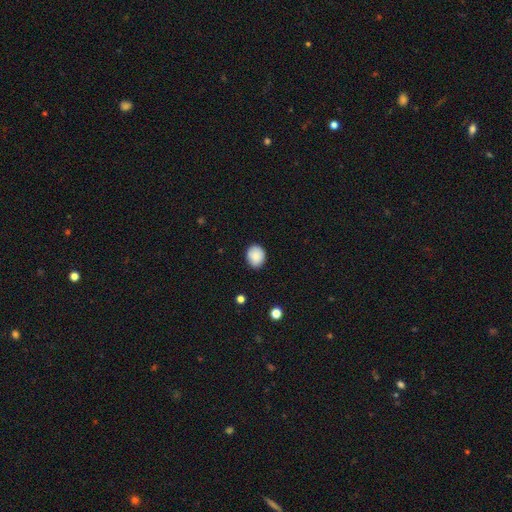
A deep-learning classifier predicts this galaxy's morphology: type=smooth (85%); roundness=round (58%); merging=none (84%).